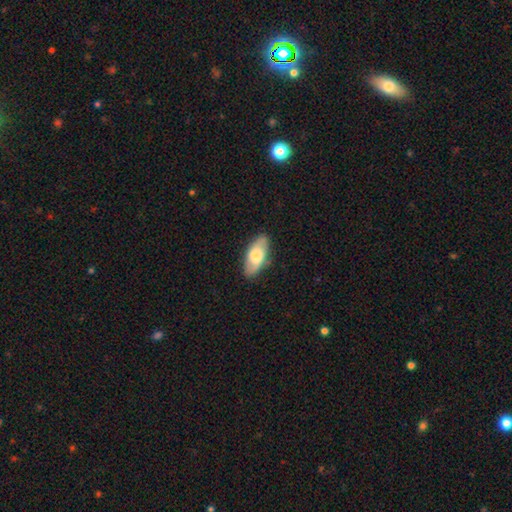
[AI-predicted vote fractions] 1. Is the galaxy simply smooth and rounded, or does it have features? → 63% smooth, 32% featured or disk, 6% star or artifact.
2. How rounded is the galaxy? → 88% in between, 10% cigar-shaped, 3% round.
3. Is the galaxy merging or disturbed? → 85% none, 11% minor disturbance, 2% major disturbance, 1% merger.